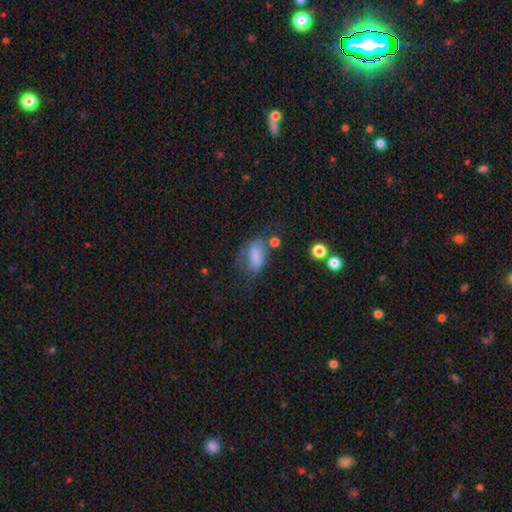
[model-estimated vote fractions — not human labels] This is likely a smooth galaxy (68%). How rounded: clearly in between (87%). Merging: marginally none (34%).